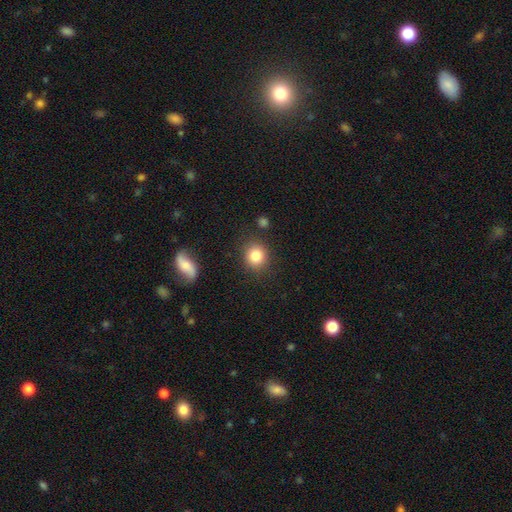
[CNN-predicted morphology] This appears to be a smooth galaxy with no disk features (84%) that is round (81%). Merging: none (85%).